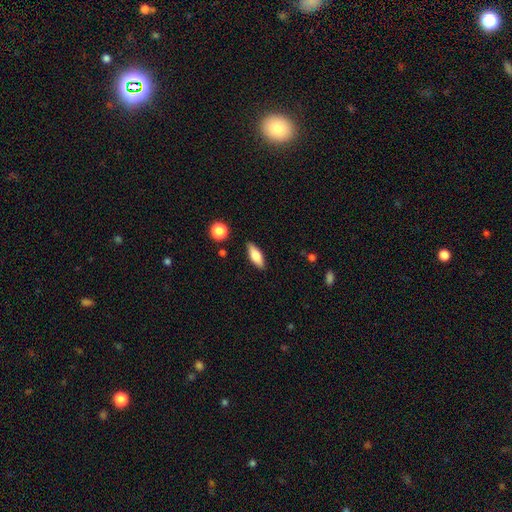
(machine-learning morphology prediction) Smooth or featured: smooth — 68% (featured or disk — 25%)
How rounded: in between — 66% (cigar-shaped — 31%)
Merging: none — 87% (minor disturbance — 9%)